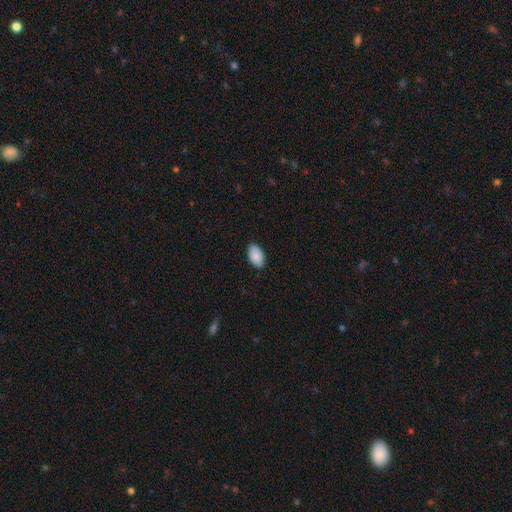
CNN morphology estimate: This appears to be a smooth galaxy with no disk features (90%) that is in between round and cigar-shaped (94%). Merging: none (86%).